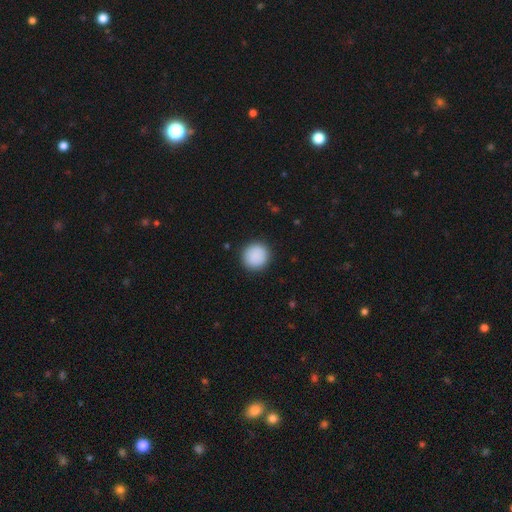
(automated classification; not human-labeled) smooth-or-featured: smooth: 90% | star or artifact: 7% | featured or disk: 3%
  how-rounded: round: 93% | in between: 6% | cigar-shaped: 1%
  merging: none: 91% | minor disturbance: 6% | major disturbance: 2% | merger: 1%